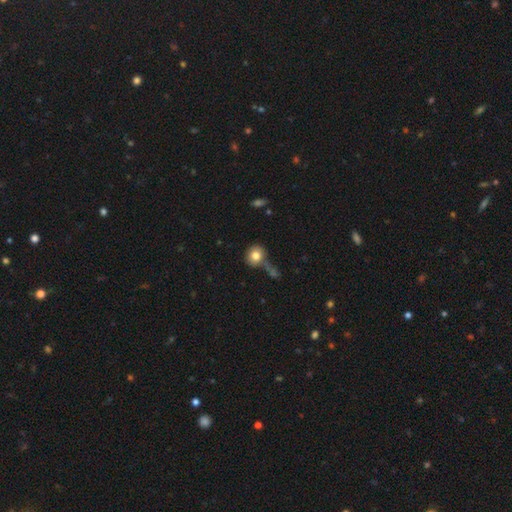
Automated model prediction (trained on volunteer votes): Smooth or featured?
  - smooth: 80% *
  - featured or disk: 10%
  - star or artifact: 10%
How rounded?
  - round: 78% *
  - in between: 21%
  - cigar-shaped: 1%
Merging?
  - none: 59% *
  - merger: 17%
  - minor disturbance: 16%
  - major disturbance: 8%